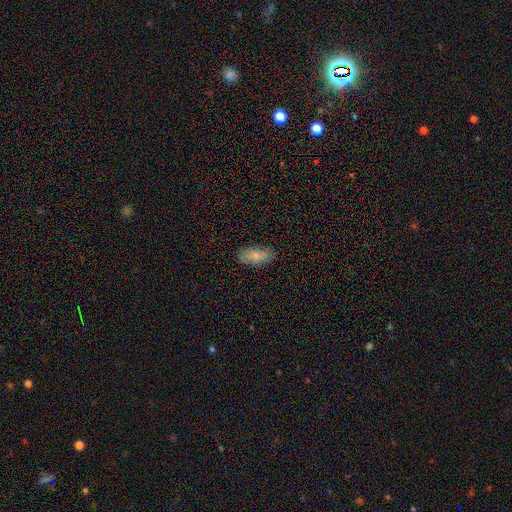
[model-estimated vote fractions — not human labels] smooth_or_featured: smooth (p=0.80) [alt: featured or disk p=0.13]
how_rounded: in between (p=0.89) [alt: cigar-shaped p=0.08]
merging: none (p=0.85) [alt: minor disturbance p=0.12]